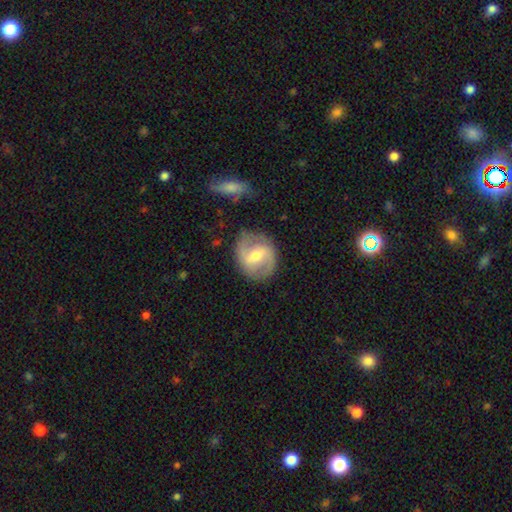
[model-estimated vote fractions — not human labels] Smooth or featured: featured or disk — 74% (smooth — 21%)
Edge-on disk: no — 96% (yes — 4%)
Bar: weak — 47% (strong — 37%)
Spiral arms: yes — 83% (no — 17%)
Spiral winding: medium — 45% (loose — 34%)
Spiral arm count: 2 — 87% (can't tell — 8%)
Bulge size: moderate — 64% (small — 29%)
Merging: none — 80% (minor disturbance — 14%)